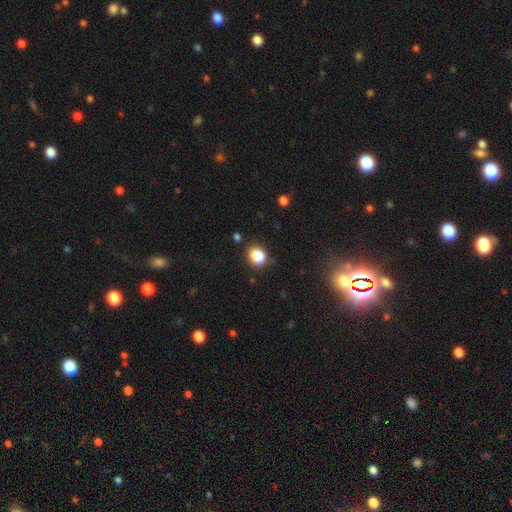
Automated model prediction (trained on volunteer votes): A smooth galaxy with no disk features (85%) that is round (66%).

Vote fractions:
- Smooth or featured? smooth: 85% / star or artifact: 10% / featured or disk: 4%
- How rounded? round: 66% / in between: 33% / cigar-shaped: 1%
- Merging? none: 83% / minor disturbance: 11% / major disturbance: 3% / merger: 3%